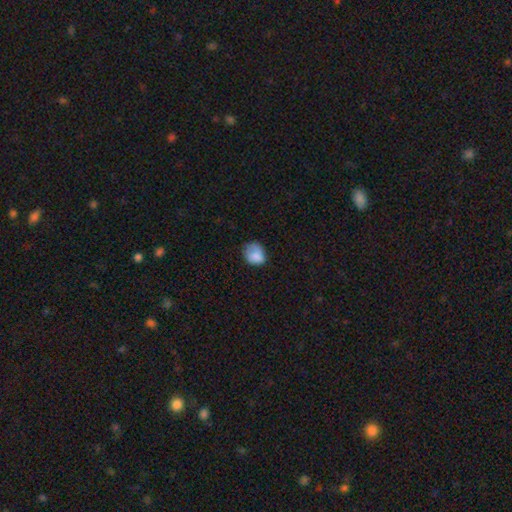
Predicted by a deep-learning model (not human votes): Morphology: type=smooth (81%); roundness=round (58%); merging=none (51%).